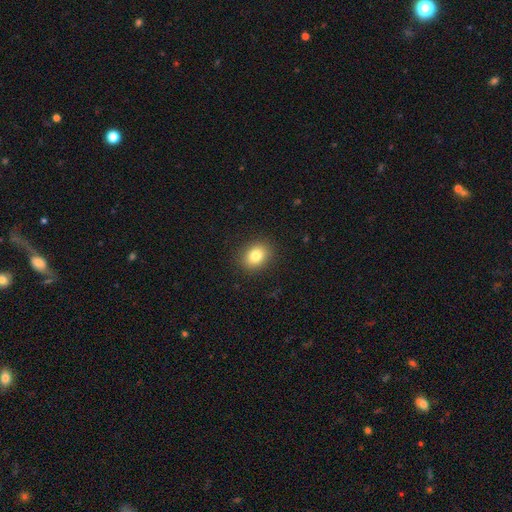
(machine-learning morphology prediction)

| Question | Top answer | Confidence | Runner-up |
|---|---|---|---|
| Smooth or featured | smooth | 81% | star or artifact (10%) |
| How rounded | in between | 50% | round (49%) |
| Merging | none | 89% | minor disturbance (7%) |